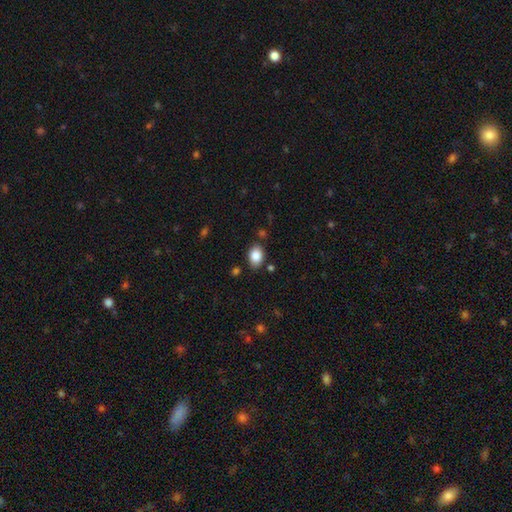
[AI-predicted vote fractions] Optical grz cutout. It shows a smooth galaxy with no disk features (87%) that is in between round and cigar-shaped (81%). Merging: none (82%).